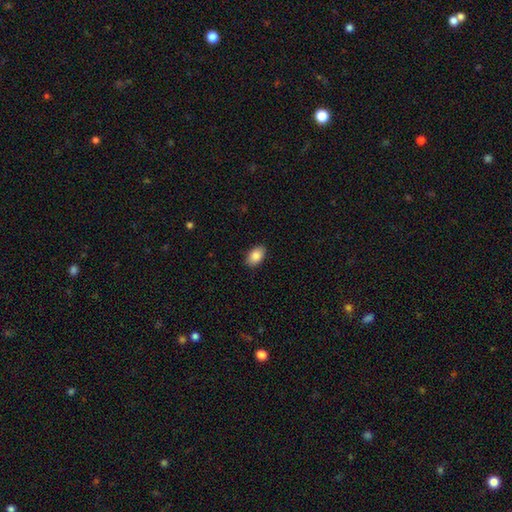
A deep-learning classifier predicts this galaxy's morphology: This is clearly a smooth galaxy (86%). How rounded: clearly in between (92%). Merging: clearly none (89%).